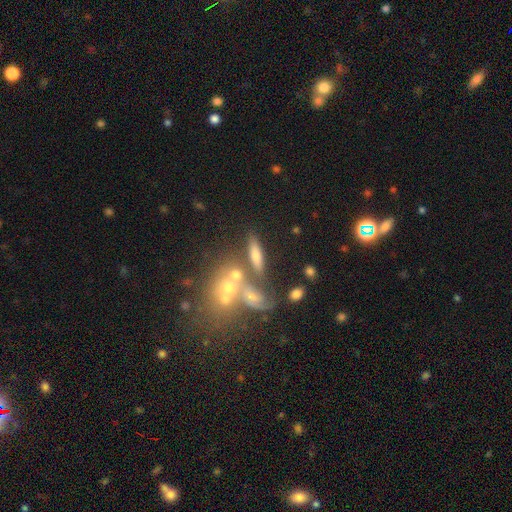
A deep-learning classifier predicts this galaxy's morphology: Smooth or featured? smooth (56%)
How rounded? cigar-shaped (54%)
Merging? none (51%)